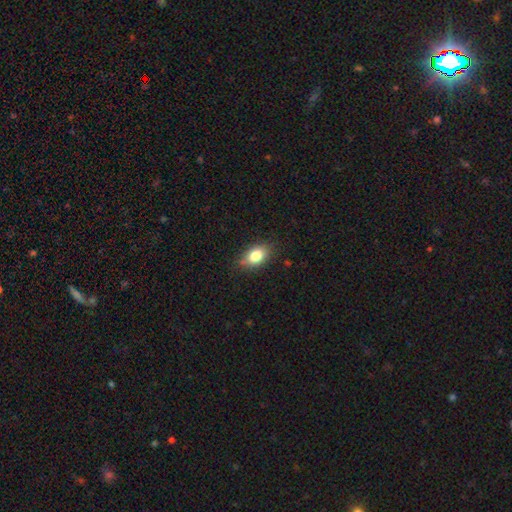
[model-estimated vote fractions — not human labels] Overall: smooth (80%). How rounded: in between (84%). Merging: none (80%).